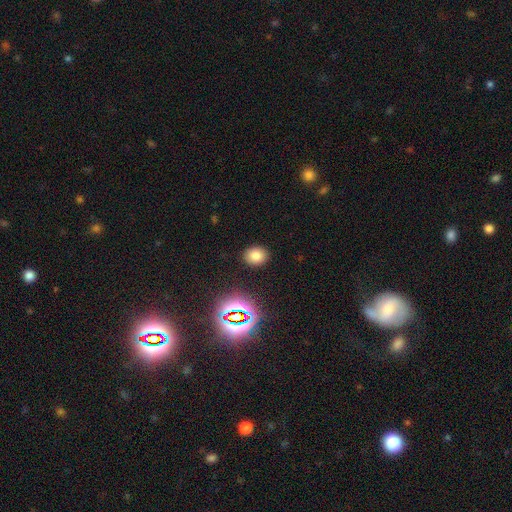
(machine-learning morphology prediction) This appears to be a smooth galaxy with no disk features (76%) that is round (57%). Merging: none (89%).